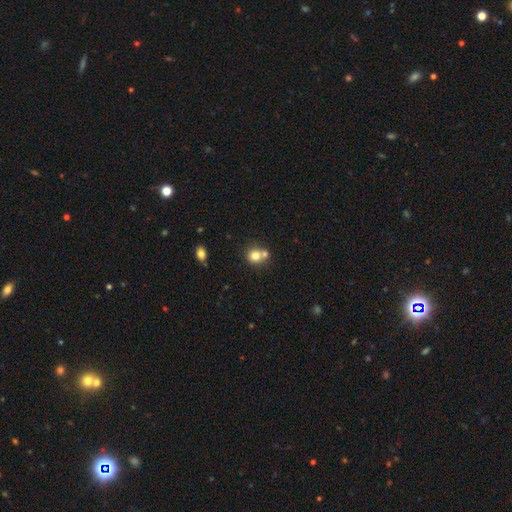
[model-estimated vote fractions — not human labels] Morphology: type=smooth (78%); roundness=round (84%); merging=none (49%).